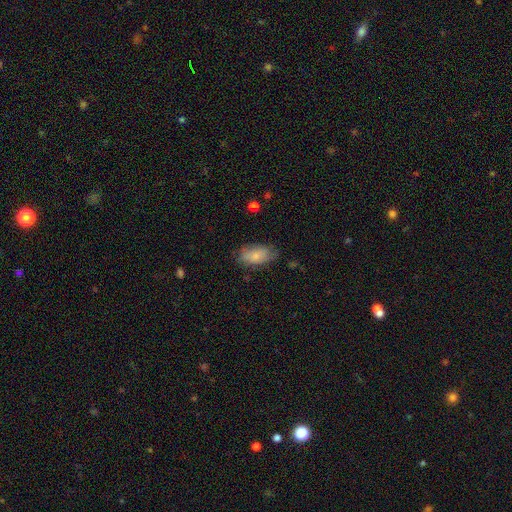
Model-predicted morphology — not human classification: Q: Smooth or featured?
A: smooth (73%); runner-up: featured or disk (21%)
Q: How rounded?
A: in between (93%); runner-up: round (4%)
Q: Merging?
A: none (66%); runner-up: minor disturbance (26%)